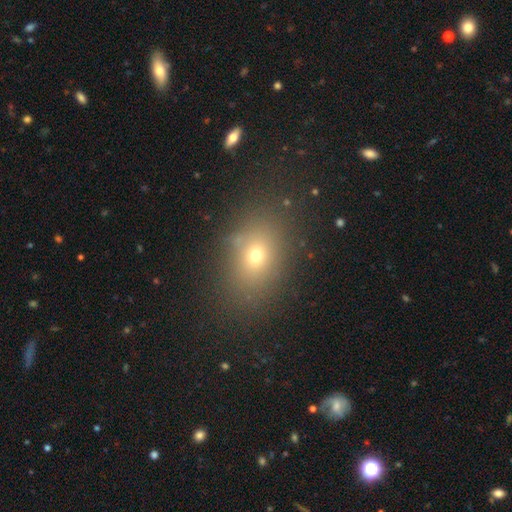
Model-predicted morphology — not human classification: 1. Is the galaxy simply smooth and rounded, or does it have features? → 66% smooth, 20% star or artifact, 14% featured or disk.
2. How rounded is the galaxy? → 66% in between, 32% round, 2% cigar-shaped.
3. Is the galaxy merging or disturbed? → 81% none, 11% minor disturbance, 5% major disturbance, 2% merger.